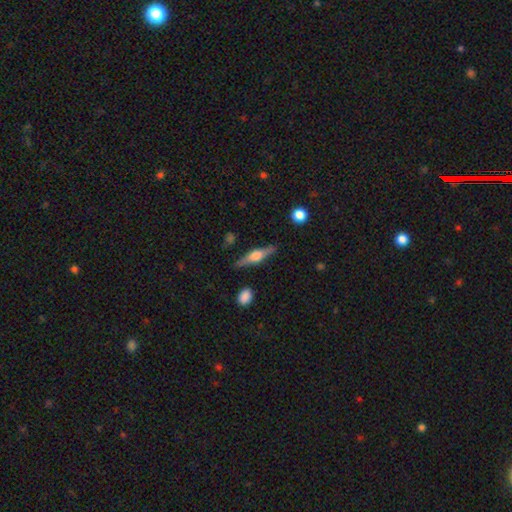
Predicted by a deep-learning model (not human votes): Smooth or featured? Predicted: featured or disk (p=0.66). Edge-on disk? Predicted: yes (p=0.96). Edge-on bulge? Predicted: rounded (p=0.82). Merging? Predicted: none (p=0.85).